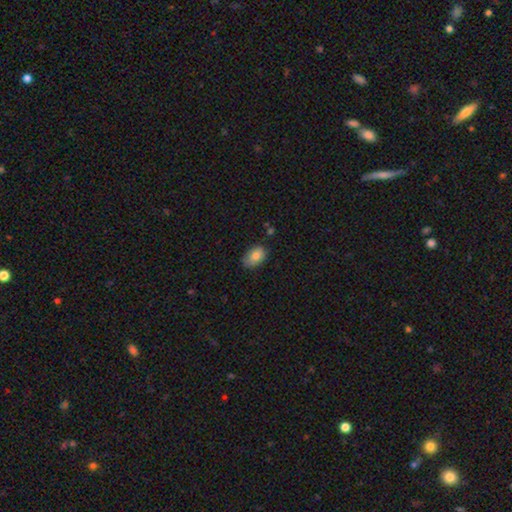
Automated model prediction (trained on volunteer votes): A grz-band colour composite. It shows a smooth galaxy with no disk features (84%) that is in between round and cigar-shaped (89%). Merging: none (68%).